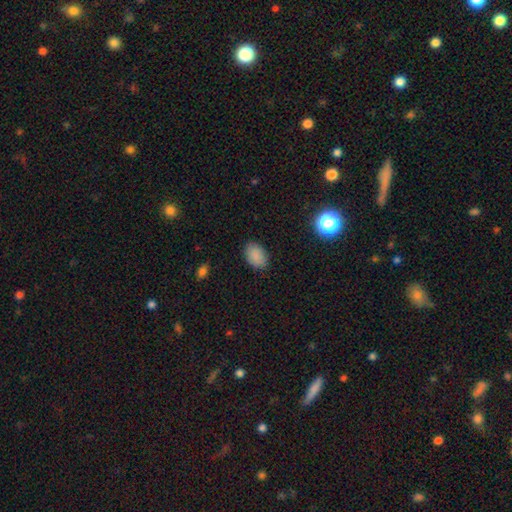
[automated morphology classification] Smooth or featured? Predicted: smooth (p=0.87). How rounded? Predicted: in between (p=0.82). Merging? Predicted: none (p=0.85).